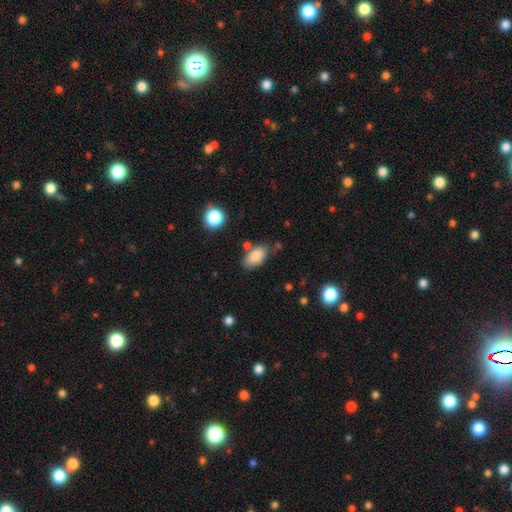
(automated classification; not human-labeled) This appears to be a smooth galaxy with no disk features (85%) that is in between round and cigar-shaped (93%). Merging: none (71%).